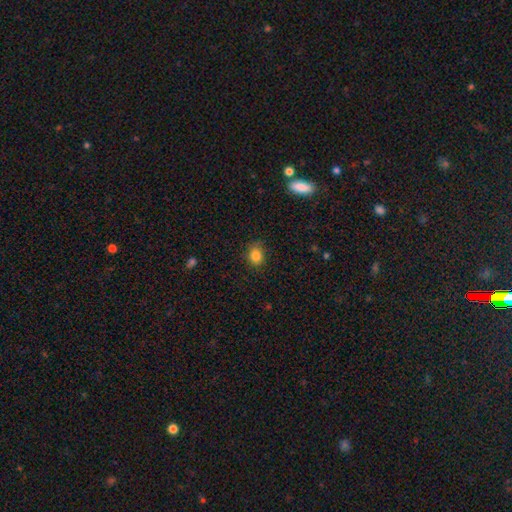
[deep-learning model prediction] Overall: smooth (84%). How rounded: round (56%; in between 43%). Merging: none (80%).